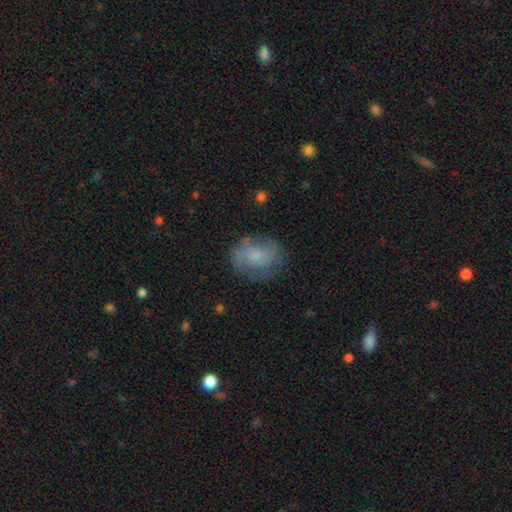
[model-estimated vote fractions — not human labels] Morphology: type=smooth (55%); roundness=in between (62%); merging=none (66%).